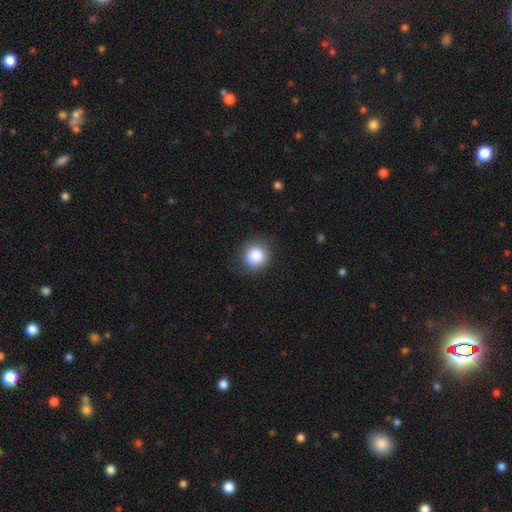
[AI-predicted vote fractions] smooth_or_featured: smooth (p=0.86) [alt: star or artifact p=0.09]
how_rounded: round (p=0.90) [alt: in between p=0.09]
merging: none (p=0.85) [alt: minor disturbance p=0.11]